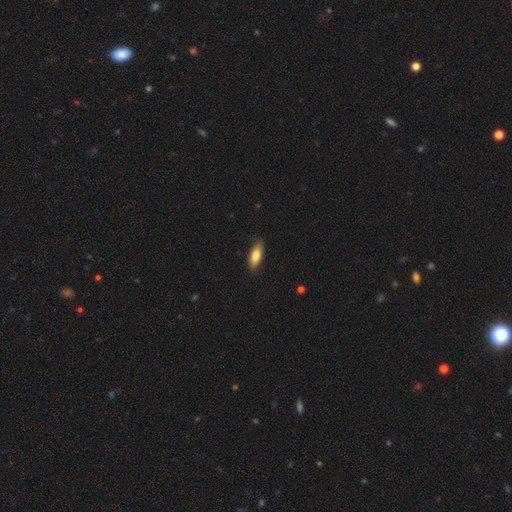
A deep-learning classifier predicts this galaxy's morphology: A smooth galaxy with no disk features (82%) that is in between round and cigar-shaped (65%).

Vote fractions:
- Smooth or featured? smooth: 82% / featured or disk: 12% / star or artifact: 6%
- How rounded? in between: 65% / cigar-shaped: 33% / round: 2%
- Merging? none: 85% / minor disturbance: 12% / major disturbance: 2% / merger: 1%